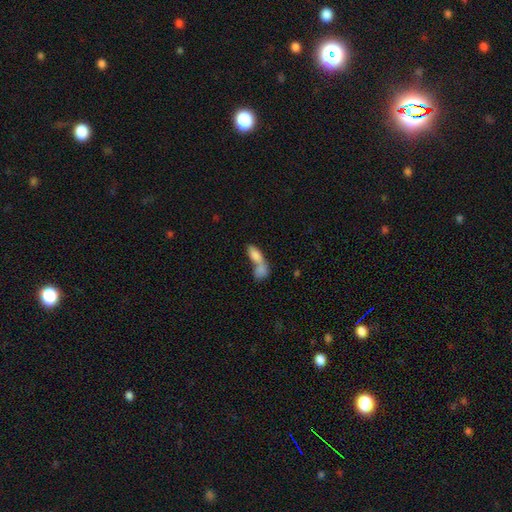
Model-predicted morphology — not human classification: Smooth or featured?
  - smooth: 79% *
  - featured or disk: 13%
  - star or artifact: 8%
How rounded?
  - in between: 80% *
  - cigar-shaped: 15%
  - round: 5%
Merging?
  - merger: 71% *
  - none: 18%
  - minor disturbance: 6%
  - major disturbance: 5%